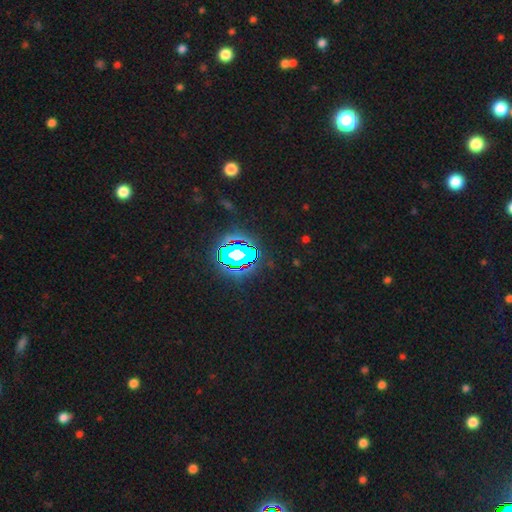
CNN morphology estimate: Overall: star or artifact (85%).